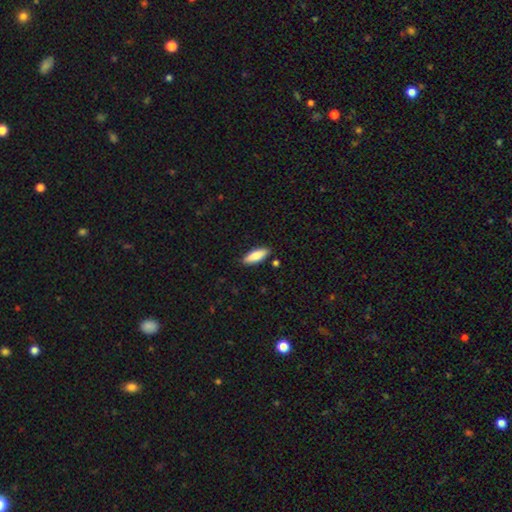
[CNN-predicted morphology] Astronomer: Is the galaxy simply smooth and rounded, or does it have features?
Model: smooth — 80%.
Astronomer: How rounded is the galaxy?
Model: in between — 60% (runner-up: cigar-shaped, 38%).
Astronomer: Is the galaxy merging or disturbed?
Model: none — 87%.